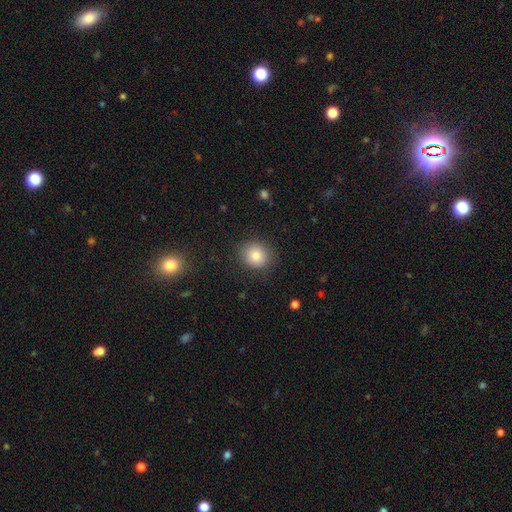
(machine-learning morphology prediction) Smooth or featured? Predicted: smooth (p=0.82). How rounded? Predicted: round (p=0.83). Merging? Predicted: none (p=0.86).